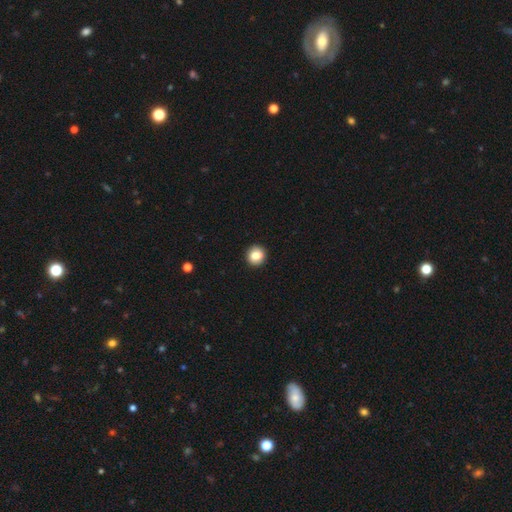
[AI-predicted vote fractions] A smooth galaxy with no disk features (84%) that is round (89%). Merging: none (92%).